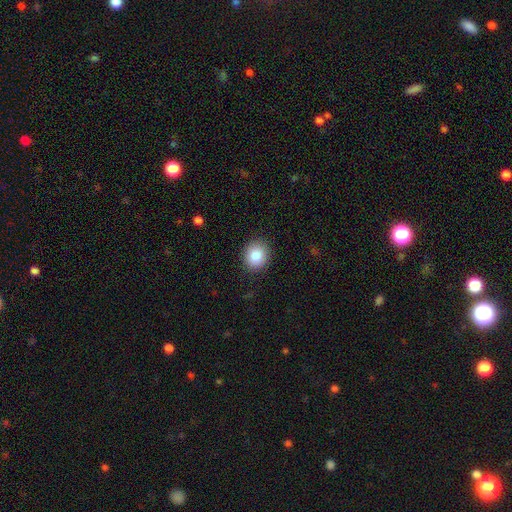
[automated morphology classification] Smooth or featured? Predicted: smooth (p=0.86). How rounded? Predicted: round (p=0.72). Merging? Predicted: none (p=0.88).